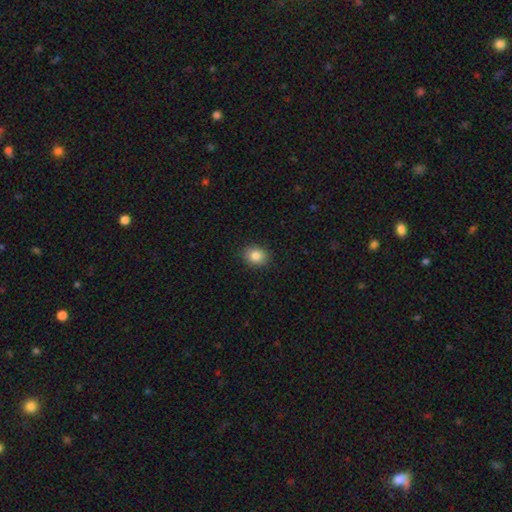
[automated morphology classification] Smooth or featured? Predicted: smooth (p=0.84). How rounded? Predicted: round (p=0.59). Merging? Predicted: none (p=0.90).